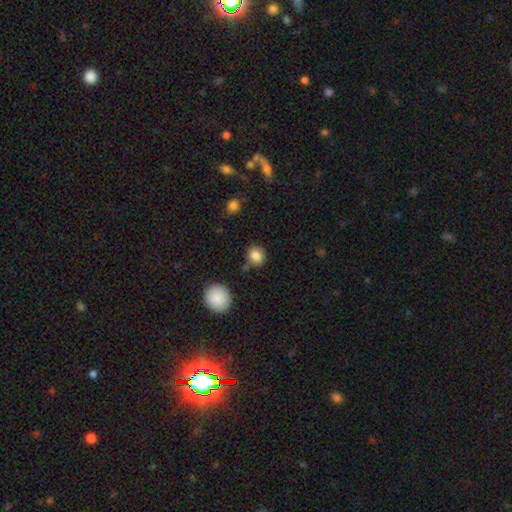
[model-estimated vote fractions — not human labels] This is clearly a smooth galaxy (85%). How rounded: likely round (78%). Merging: likely none (75%).